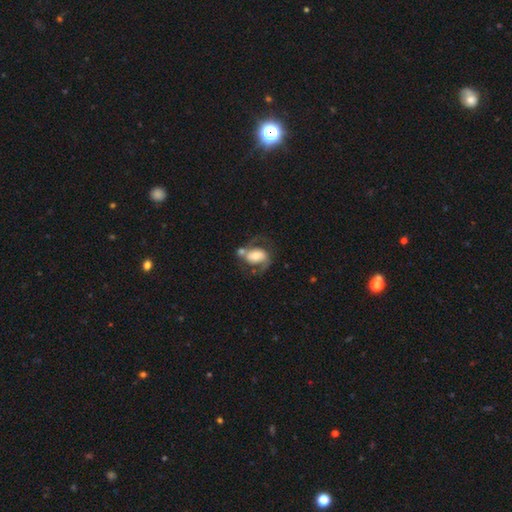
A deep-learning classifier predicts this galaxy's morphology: smooth-or-featured: featured or disk: 60% | smooth: 33% | star or artifact: 7%
  disk-edge-on: no: 96% | yes: 4%
    bar: no: 46% | weak: 32% | strong: 22%
    has-spiral-arms: yes: 79% | no: 21%
    bulge-size: moderate: 51% | small: 24% | large: 19% | dominant: 4% | none: 3%
  merging: none: 45% | merger: 22% | minor disturbance: 17% | major disturbance: 16%